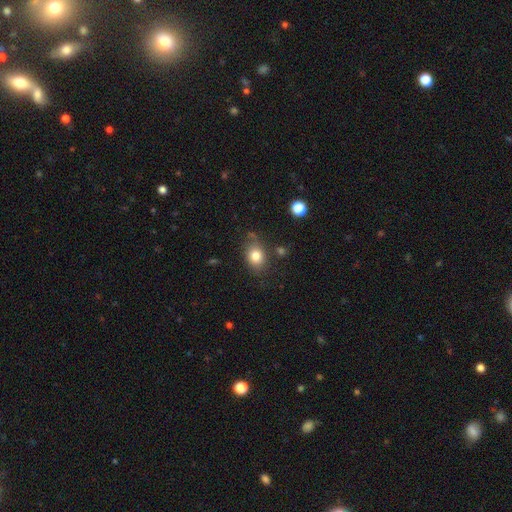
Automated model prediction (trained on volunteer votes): Q: Smooth or featured?
A: smooth (81%); runner-up: star or artifact (10%)
Q: How rounded?
A: in between (56%); runner-up: round (43%)
Q: Merging?
A: none (74%); runner-up: minor disturbance (17%)